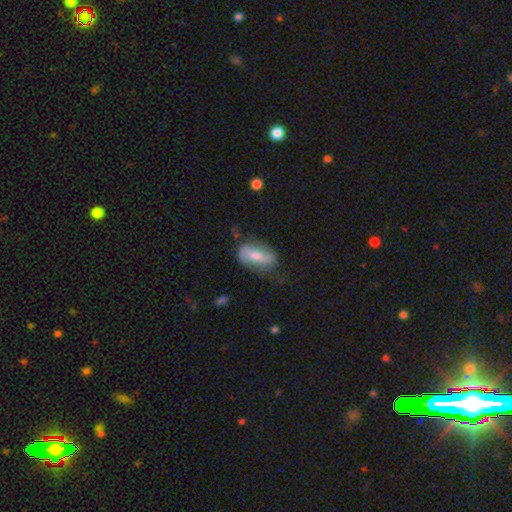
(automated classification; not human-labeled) A smooth galaxy with no disk features (52%) that is in between round and cigar-shaped (87%).

Vote fractions:
- Smooth or featured? smooth: 52% / featured or disk: 42% / star or artifact: 7%
- How rounded? in between: 87% / cigar-shaped: 7% / round: 6%
- Merging? none: 60% / minor disturbance: 27% / major disturbance: 11% / merger: 2%